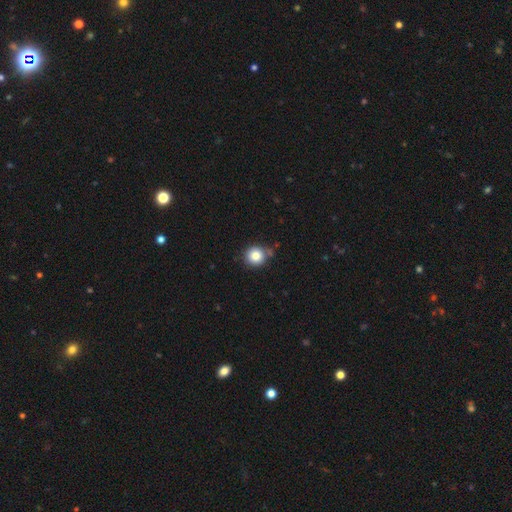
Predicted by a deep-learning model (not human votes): smooth 83%, star or artifact 10%, featured or disk 6%. Down the decision tree: how rounded — round (91%); merging — none (77%).